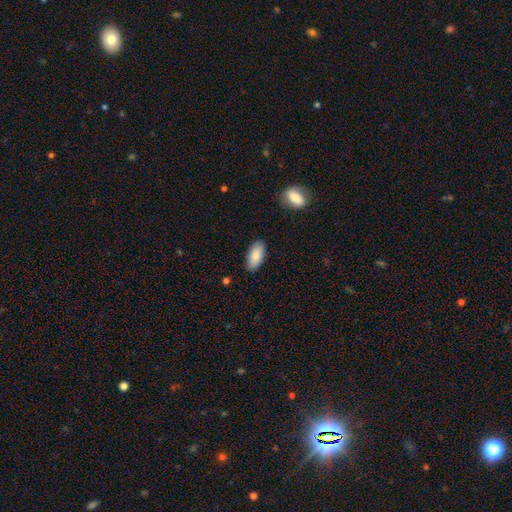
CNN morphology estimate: smooth 87%, featured or disk 6%, star or artifact 6%. Down the decision tree: how rounded — in between (91%); merging — none (85%).